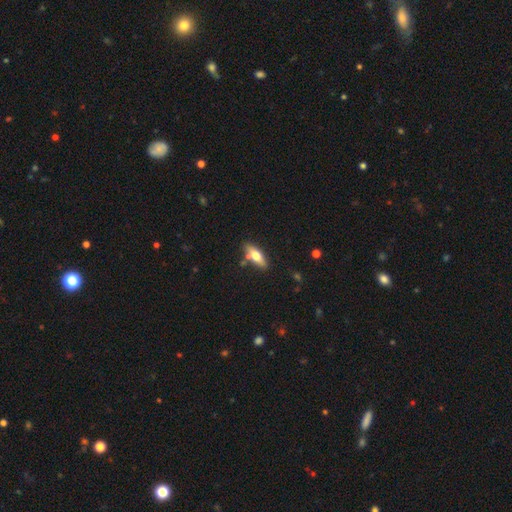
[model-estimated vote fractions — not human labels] Overall: smooth (61%; featured or disk 32%). How rounded: in between (61%; cigar-shaped 36%). Merging: none (76%).